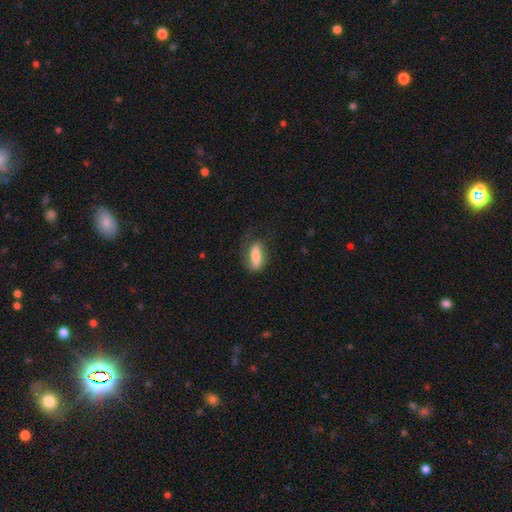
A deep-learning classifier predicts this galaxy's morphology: smooth-or-featured: smooth: 63% | featured or disk: 30% | star or artifact: 7%
  how-rounded: in between: 60% | cigar-shaped: 38% | round: 3%
  merging: none: 58% | minor disturbance: 25% | major disturbance: 16% | merger: 2%